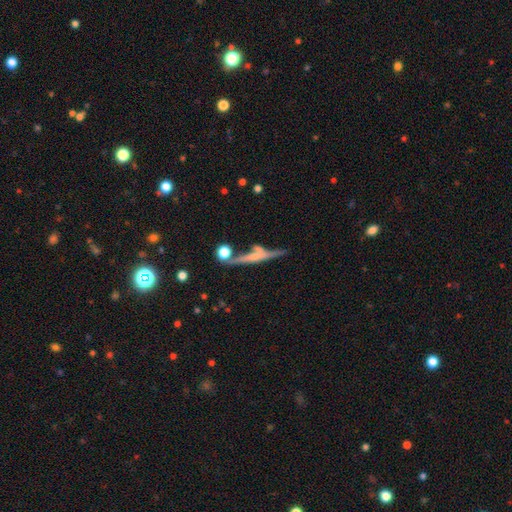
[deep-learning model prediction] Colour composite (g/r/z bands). It shows a featured or disk galaxy (68%) viewed edge-on (92%) with a rounded central bulge (57%). Merging: none (61%).